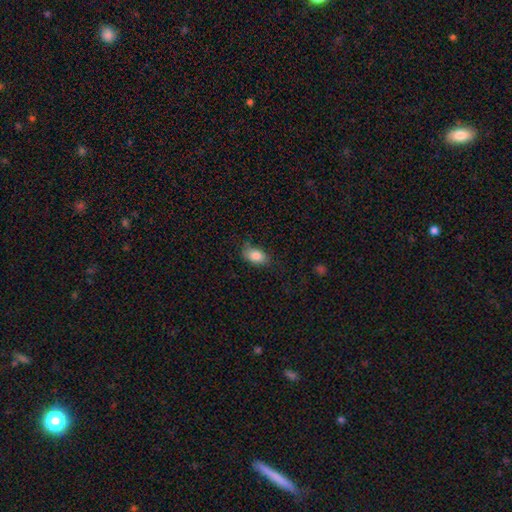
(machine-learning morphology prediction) Smooth or featured? Predicted: smooth (p=0.85). How rounded? Predicted: in between (p=0.90). Merging? Predicted: none (p=0.67).